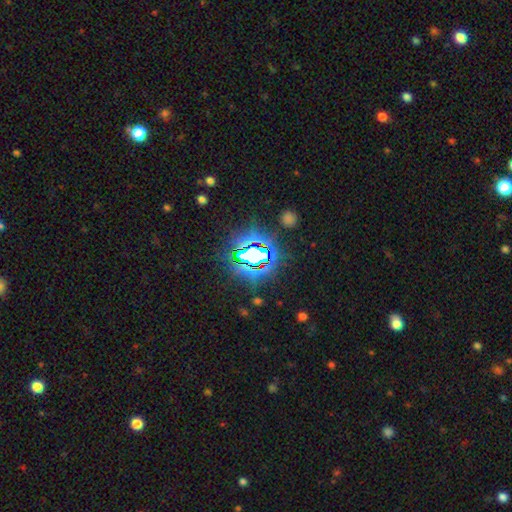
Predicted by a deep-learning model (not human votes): smooth_or_featured: star or artifact (p=0.75) [alt: smooth p=0.14]